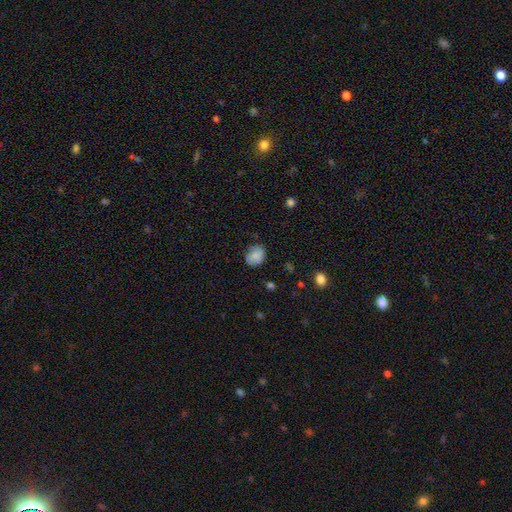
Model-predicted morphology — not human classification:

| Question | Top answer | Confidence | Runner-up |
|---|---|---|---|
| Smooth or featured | smooth | 83% | star or artifact (8%) |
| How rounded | round | 50% | in between (49%) |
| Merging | none | 70% | minor disturbance (23%) |